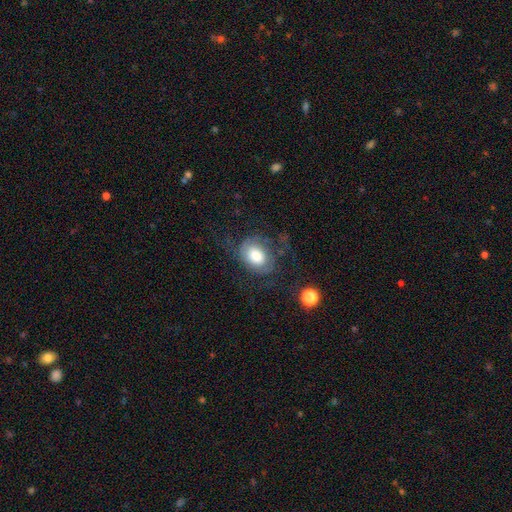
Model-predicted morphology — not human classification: Smooth or featured?
  - smooth: 52% *
  - featured or disk: 40%
  - star or artifact: 9%
How rounded?
  - in between: 68% *
  - round: 31%
  - cigar-shaped: 1%
Merging?
  - none: 50% *
  - major disturbance: 26%
  - minor disturbance: 22%
  - merger: 2%